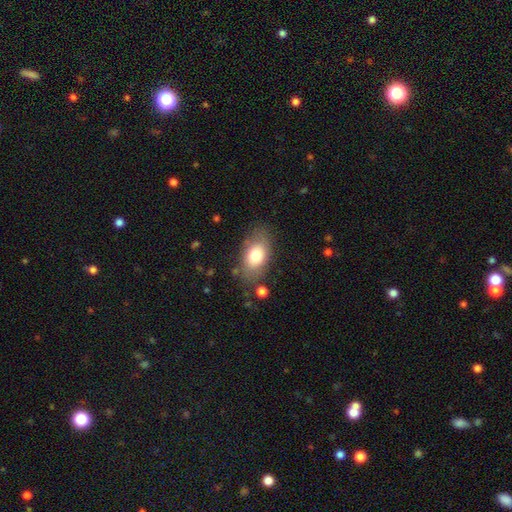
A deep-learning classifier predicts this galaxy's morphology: smooth_or_featured: smooth (p=0.76) [alt: featured or disk p=0.16]
how_rounded: in between (p=0.87) [alt: round p=0.11]
merging: none (p=0.76) [alt: minor disturbance p=0.15]